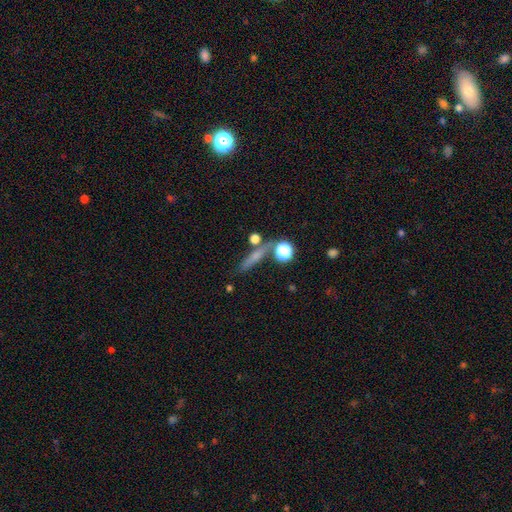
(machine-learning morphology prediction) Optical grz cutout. It shows a smooth galaxy with no disk features (53%) that is cigar-shaped (70%). Merging: none (69%).